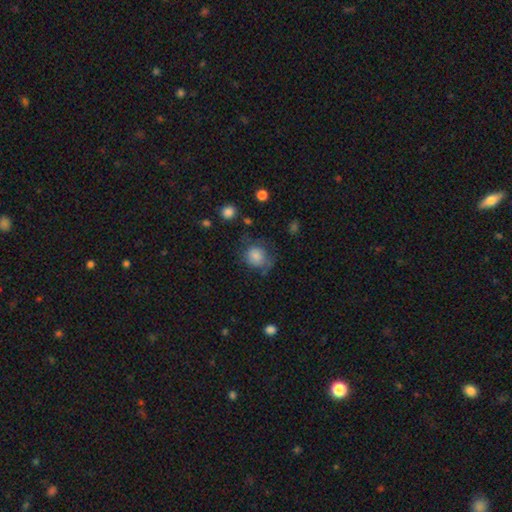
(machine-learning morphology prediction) smooth 77%, featured or disk 13%, star or artifact 10%. Down the decision tree: how rounded — round (76%); merging — none (57%).